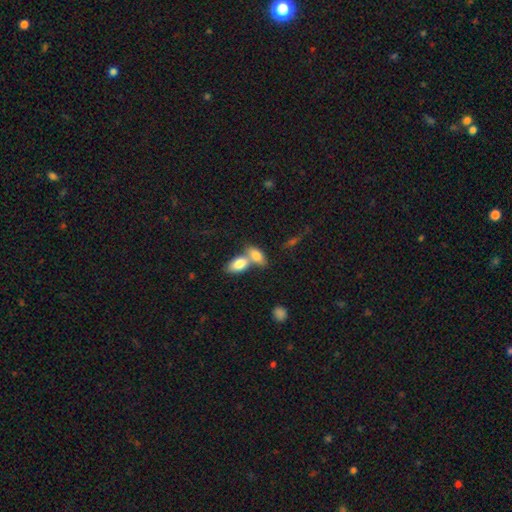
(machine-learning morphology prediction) Q: Smooth or featured?
A: smooth (80%); runner-up: featured or disk (13%)
Q: How rounded?
A: in between (89%); runner-up: round (6%)
Q: Merging?
A: merger (62%); runner-up: none (28%)